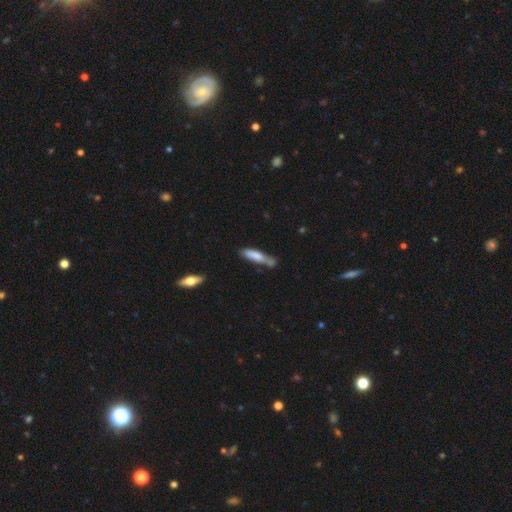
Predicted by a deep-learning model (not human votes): smooth_or_featured: smooth (p=0.71) [alt: featured or disk p=0.22]
how_rounded: cigar-shaped (p=0.77) [alt: in between p=0.22]
merging: none (p=0.50) [alt: minor disturbance p=0.23]